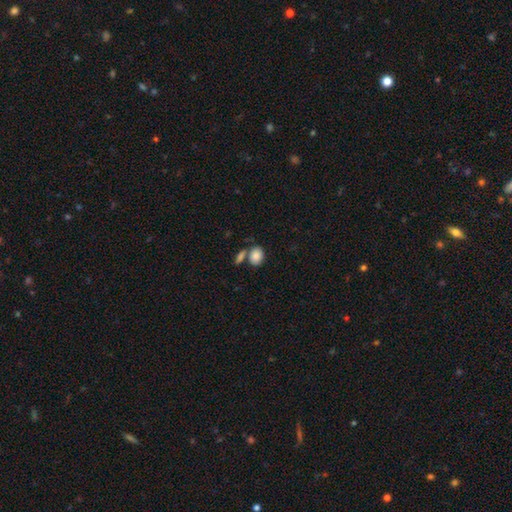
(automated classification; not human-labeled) smooth-or-featured: smooth: 85% | star or artifact: 8% | featured or disk: 7%
  how-rounded: in between: 70% | round: 29% | cigar-shaped: 2%
  merging: none: 54% | merger: 29% | minor disturbance: 12% | major disturbance: 5%